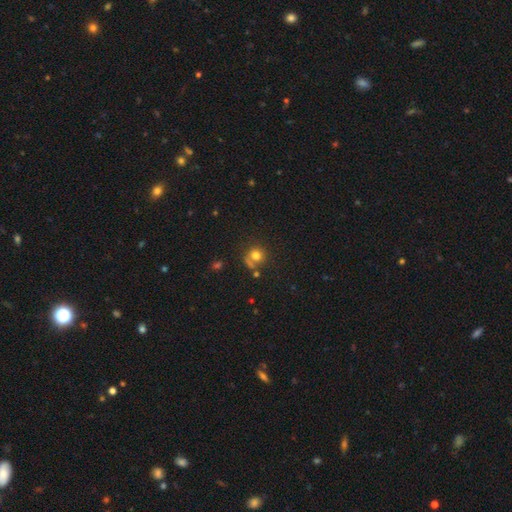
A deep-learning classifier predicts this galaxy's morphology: A smooth galaxy with no disk features (75%) that is round (86%). Merging: none (59%).